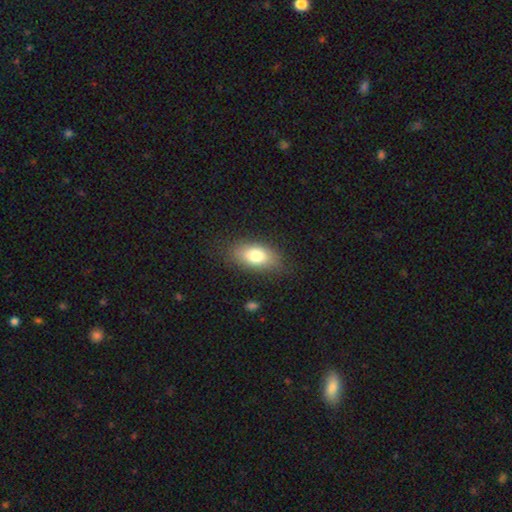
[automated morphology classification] A smooth galaxy with no disk features (77%) that is in between round and cigar-shaped (89%).

Vote fractions:
- Smooth or featured? smooth: 77% / featured or disk: 15% / star or artifact: 8%
- How rounded? in between: 89% / round: 7% / cigar-shaped: 5%
- Merging? none: 79% / minor disturbance: 15% / major disturbance: 5% / merger: 1%